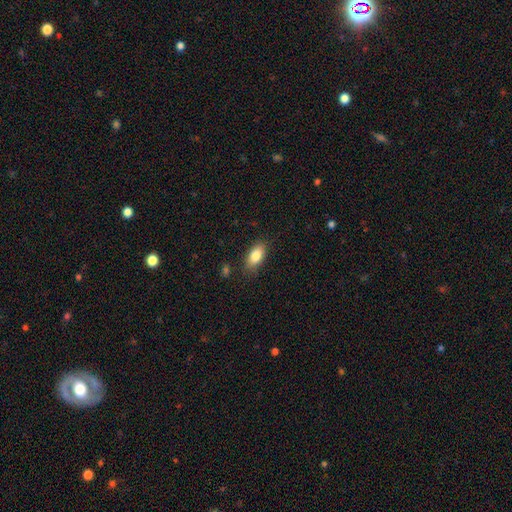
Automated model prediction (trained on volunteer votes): Smooth or featured: smooth — 84% (featured or disk — 9%)
How rounded: in between — 89% (cigar-shaped — 7%)
Merging: none — 83% (minor disturbance — 13%)